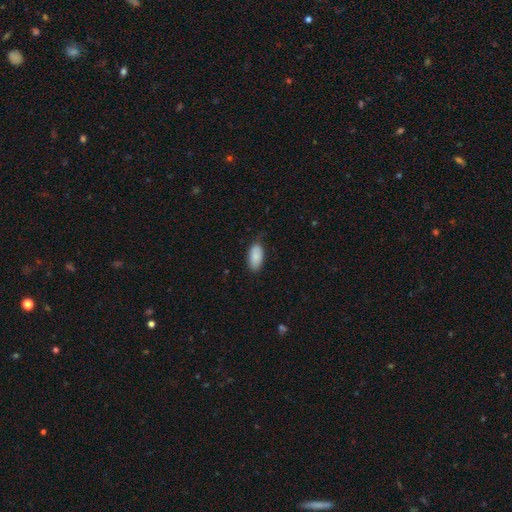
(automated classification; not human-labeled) smooth 88%, star or artifact 6%, featured or disk 6%. Down the decision tree: how rounded — in between (92%); merging — none (75%).